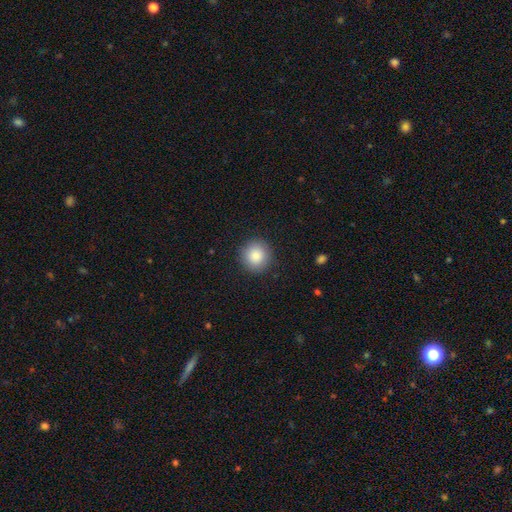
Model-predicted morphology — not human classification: smooth-or-featured: smooth: 86% | star or artifact: 8% | featured or disk: 5%
  how-rounded: round: 92% | in between: 7% | cigar-shaped: 1%
  merging: none: 91% | minor disturbance: 6% | major disturbance: 2% | merger: 1%